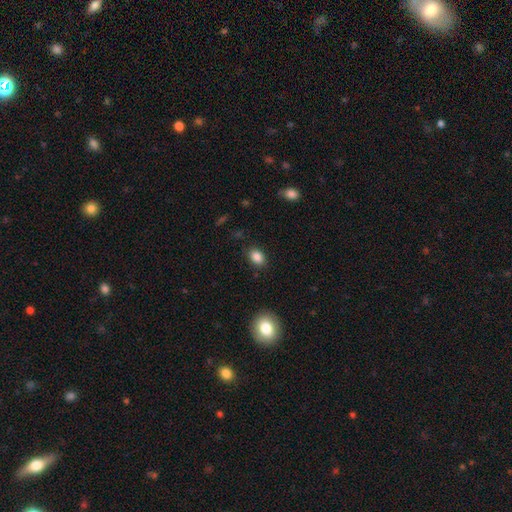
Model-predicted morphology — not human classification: Overall: smooth (86%). How rounded: in between (73%). Merging: none (86%).